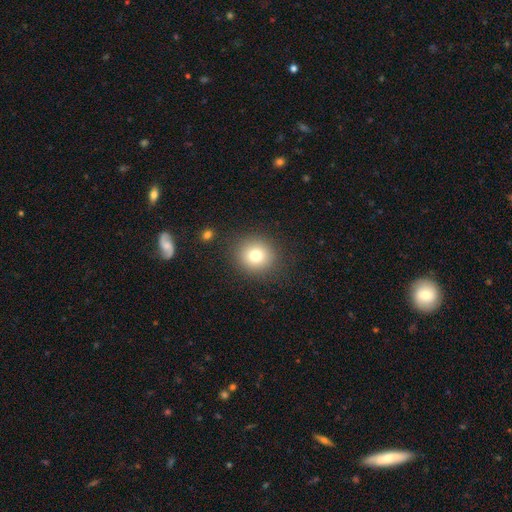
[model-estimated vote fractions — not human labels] Overall: smooth (77%). How rounded: round (88%). Merging: none (88%).